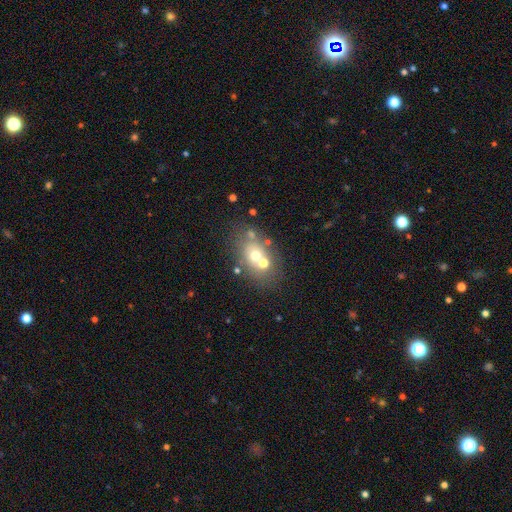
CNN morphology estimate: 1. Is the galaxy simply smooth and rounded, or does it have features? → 55% smooth, 29% featured or disk, 16% star or artifact.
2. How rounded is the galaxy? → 56% in between, 42% round, 1% cigar-shaped.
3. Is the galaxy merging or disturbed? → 51% none, 32% merger, 11% minor disturbance, 6% major disturbance.